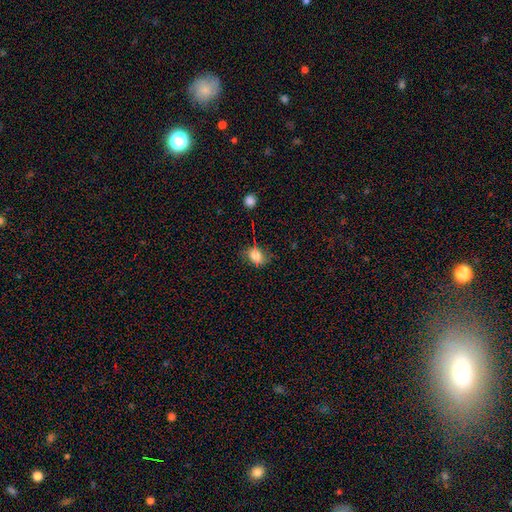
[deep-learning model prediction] Overall: smooth (81%). How rounded: in between (72%). Merging: none (64%; minor disturbance 26%).